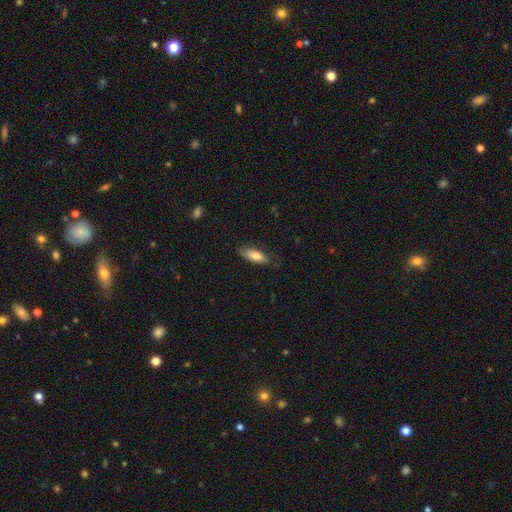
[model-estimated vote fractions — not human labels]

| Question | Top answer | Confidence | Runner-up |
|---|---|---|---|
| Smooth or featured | smooth | 74% | featured or disk (20%) |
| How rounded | in between | 69% | cigar-shaped (29%) |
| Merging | none | 73% | minor disturbance (21%) |